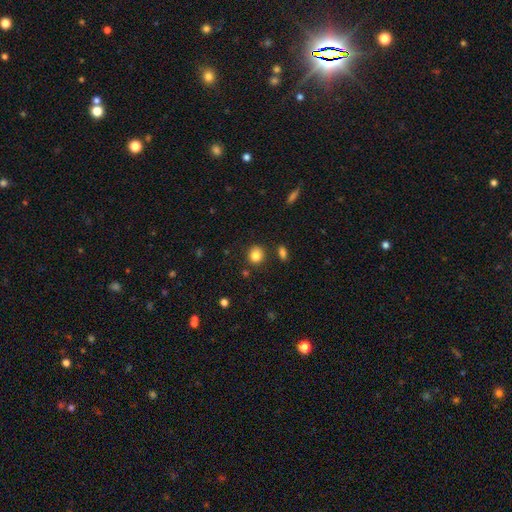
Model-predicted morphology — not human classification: Smooth or featured: smooth — 84% (star or artifact — 10%)
How rounded: round — 81% (in between — 18%)
Merging: none — 85% (minor disturbance — 8%)